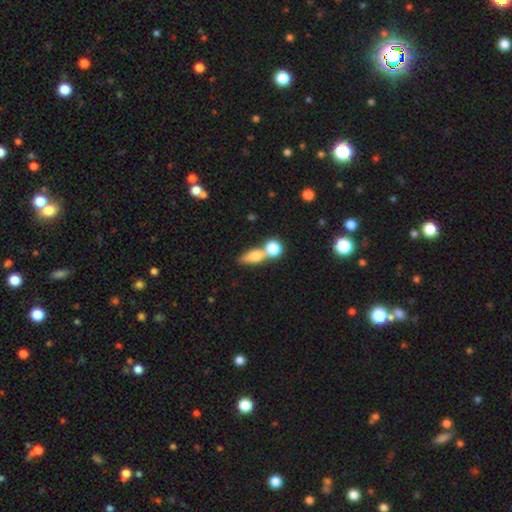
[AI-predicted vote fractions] A smooth galaxy with no disk features (70%) that is in between round and cigar-shaped (51%).

Vote fractions:
- Smooth or featured? smooth: 70% / featured or disk: 19% / star or artifact: 11%
- How rounded? in between: 51% / cigar-shaped: 25% / round: 24%
- Merging? merger: 43% / none: 41% / minor disturbance: 10% / major disturbance: 5%